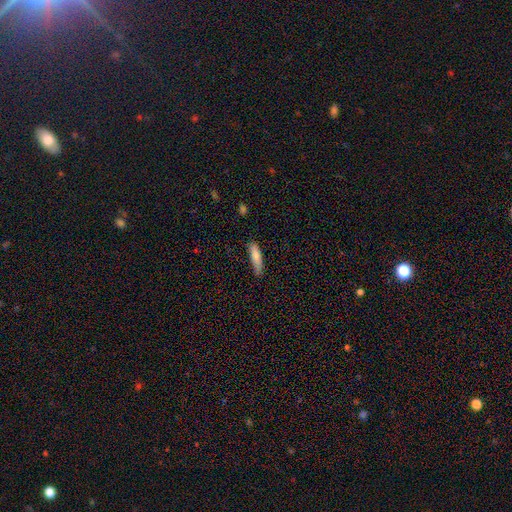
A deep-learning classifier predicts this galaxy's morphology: This appears to be a smooth galaxy with no disk features (79%) that is cigar-shaped (65%). Merging: none (66%).